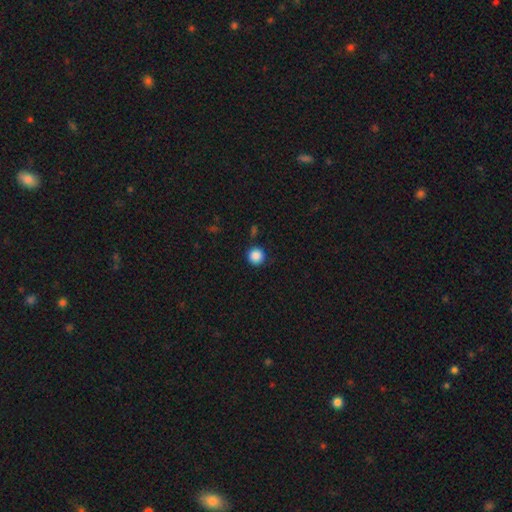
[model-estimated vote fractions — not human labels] Smooth or featured? smooth (87%)
How rounded? round (95%)
Merging? none (89%)